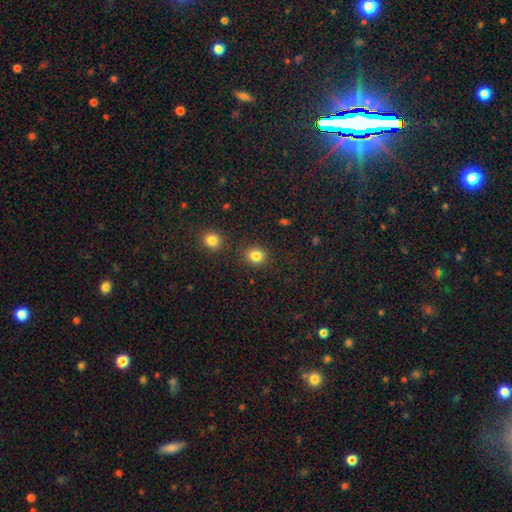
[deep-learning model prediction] A smooth galaxy with no disk features (84%) that is round (76%). Merging: none (85%).